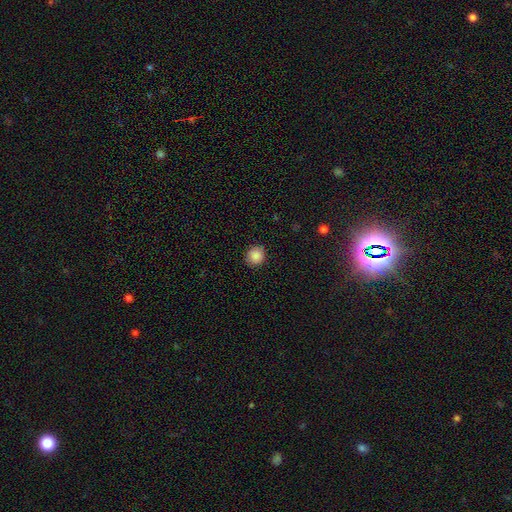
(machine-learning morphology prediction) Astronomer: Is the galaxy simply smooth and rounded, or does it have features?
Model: smooth — 87%.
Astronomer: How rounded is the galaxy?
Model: round — 86%.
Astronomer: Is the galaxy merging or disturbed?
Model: none — 88%.